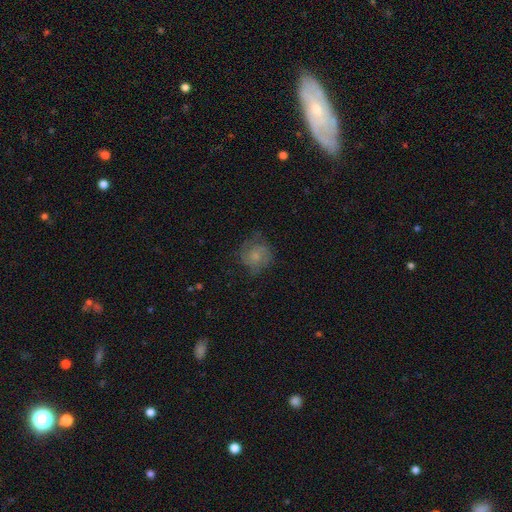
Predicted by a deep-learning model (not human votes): The model was most divided on "smooth or featured": smooth: 49%, featured or disk: 42%, star or artifact: 9%. More confident: merging — none (61%).